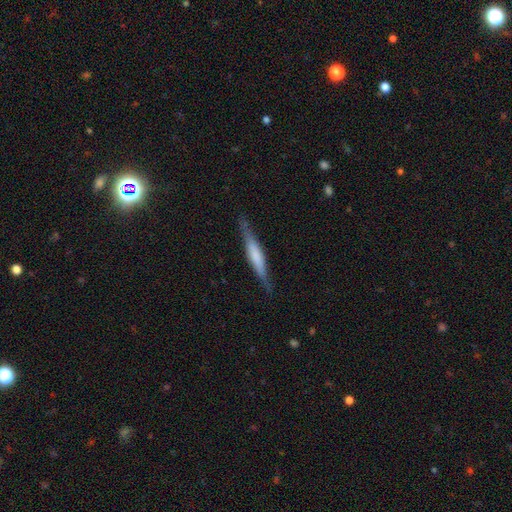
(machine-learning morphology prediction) A featured or disk galaxy (55%) viewed edge-on (96%) with a boxy central bulge (44%). Merging: none (85%).